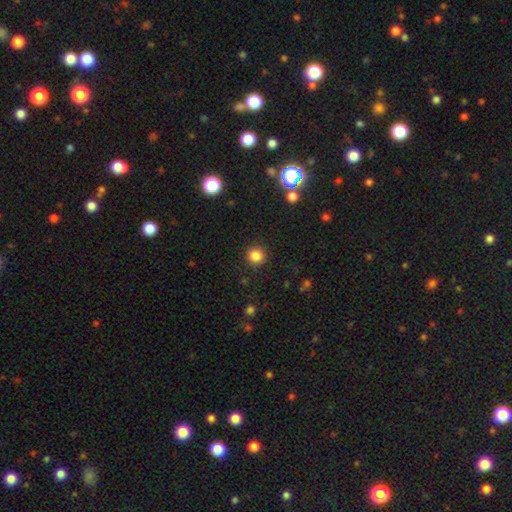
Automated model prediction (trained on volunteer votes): smooth 84%, star or artifact 12%, featured or disk 4%. Down the decision tree: how rounded — round (92%); merging — none (91%).